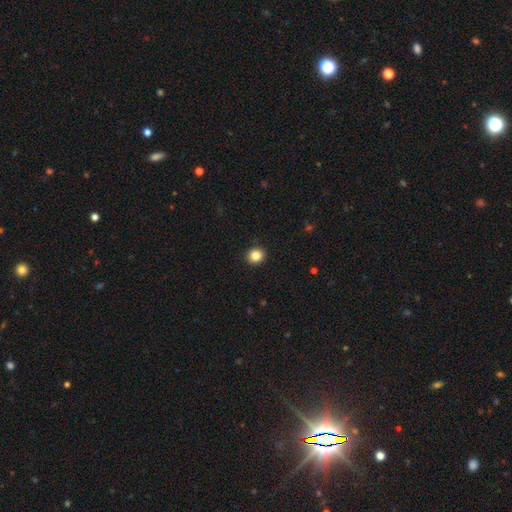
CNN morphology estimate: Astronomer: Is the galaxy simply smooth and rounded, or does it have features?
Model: smooth — 85%.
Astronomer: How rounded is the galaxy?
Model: round — 88%.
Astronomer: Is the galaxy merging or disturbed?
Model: none — 93%.